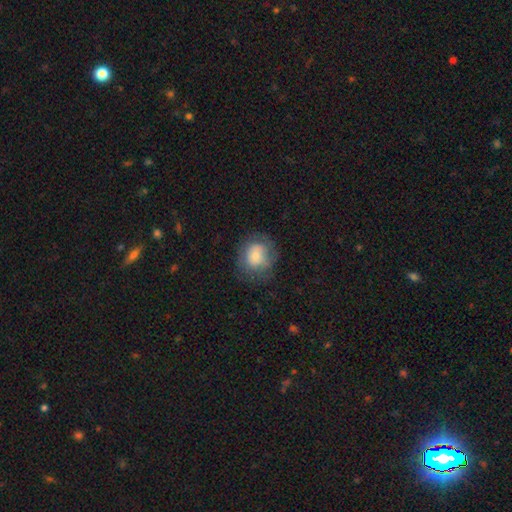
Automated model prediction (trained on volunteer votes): Smooth or featured? smooth (73%)
How rounded? round (72%)
Merging? none (68%)